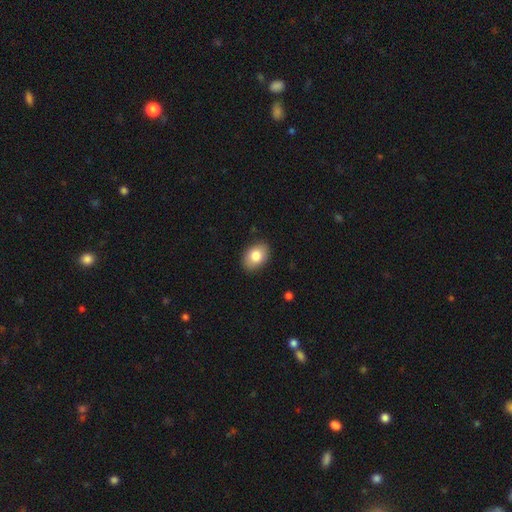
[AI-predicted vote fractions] The model was most divided on "how rounded": in between: 81%, round: 18%, cigar-shaped: 1%. More confident: merging — none (88%); smooth or featured — smooth (82%).